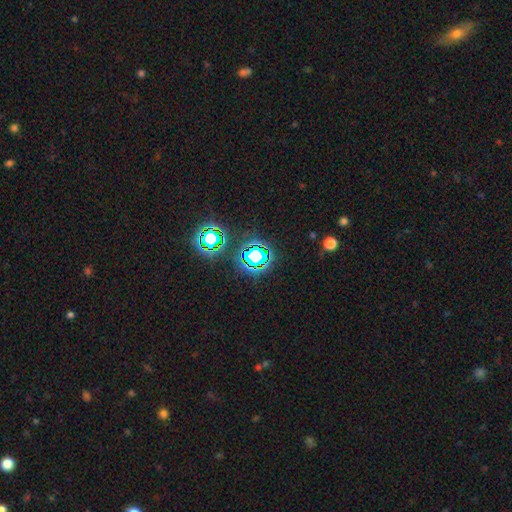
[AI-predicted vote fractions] This is likely a star or artifact rather than a galaxy (69%).